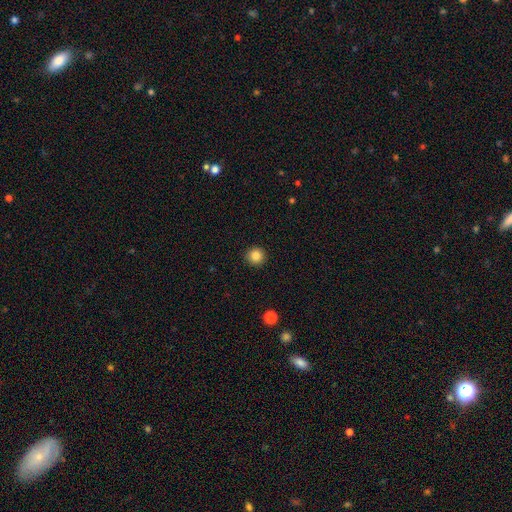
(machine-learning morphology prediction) Smooth or featured?
  - smooth: 84% *
  - star or artifact: 11%
  - featured or disk: 5%
How rounded?
  - round: 95% *
  - in between: 4%
  - cigar-shaped: 1%
Merging?
  - none: 93% *
  - minor disturbance: 5%
  - major disturbance: 2%
  - merger: 1%